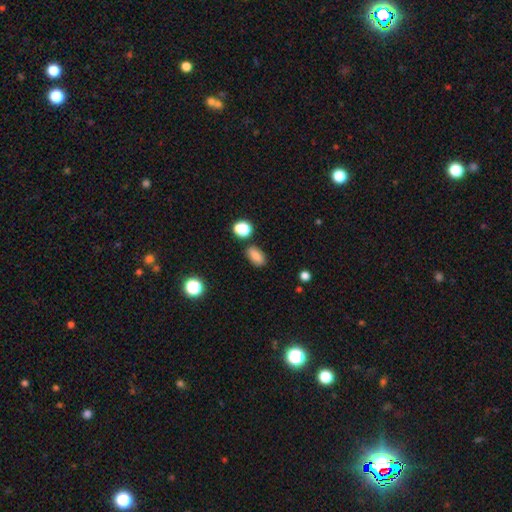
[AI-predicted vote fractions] A smooth galaxy with no disk features (83%) that is in between round and cigar-shaped (86%). Merging: none (81%).